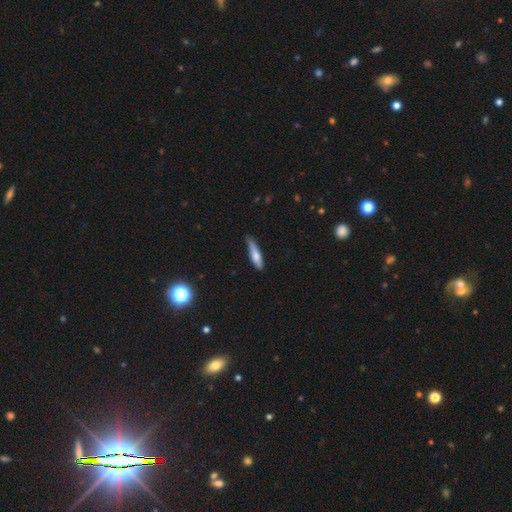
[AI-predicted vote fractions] Morphology: type=smooth (70%); roundness=cigar-shaped (78%); merging=none (64%).